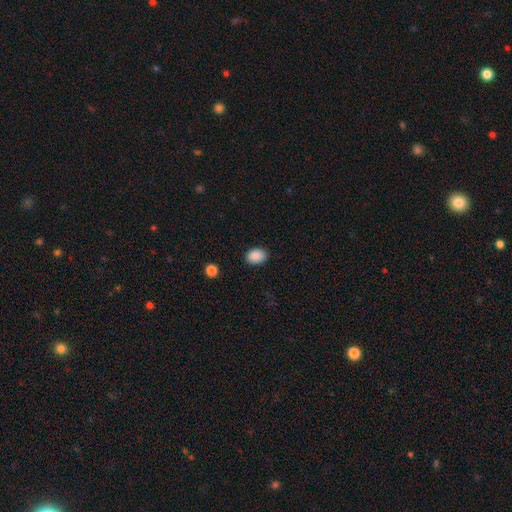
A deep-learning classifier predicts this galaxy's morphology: This is clearly a smooth galaxy (89%). How rounded: likely in between (77%). Merging: clearly none (87%).